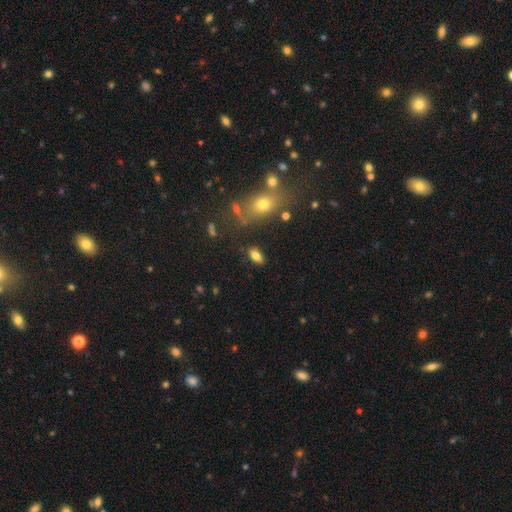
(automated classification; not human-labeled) Overall: smooth (78%). How rounded: in between (87%). Merging: none (82%).